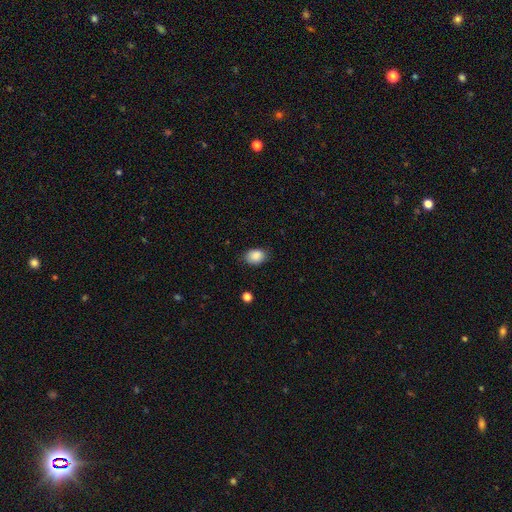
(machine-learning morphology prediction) Q: Smooth or featured?
A: smooth (88%); runner-up: star or artifact (8%)
Q: How rounded?
A: in between (74%); runner-up: round (25%)
Q: Merging?
A: none (81%); runner-up: minor disturbance (15%)